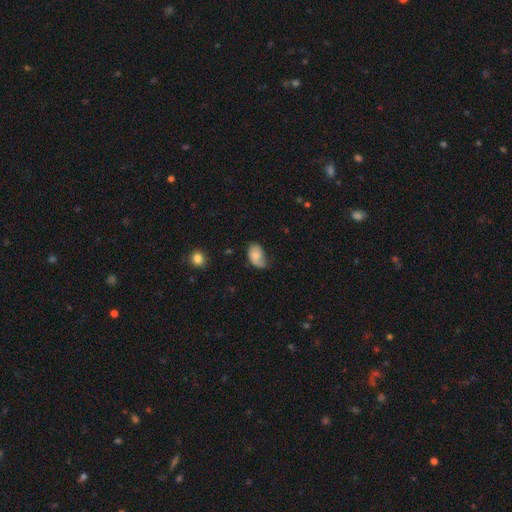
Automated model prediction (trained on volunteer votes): Smooth or featured: smooth — 62% (featured or disk — 31%)
How rounded: in between — 87% (round — 12%)
Merging: minor disturbance — 41% (none — 40%)